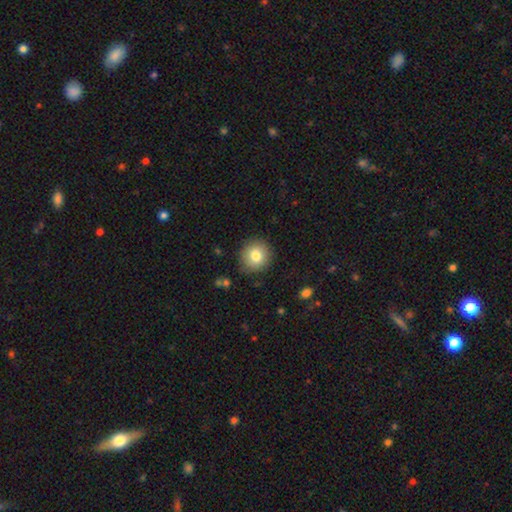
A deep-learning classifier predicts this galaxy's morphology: Overall: smooth (81%). How rounded: round (91%). Merging: none (88%).